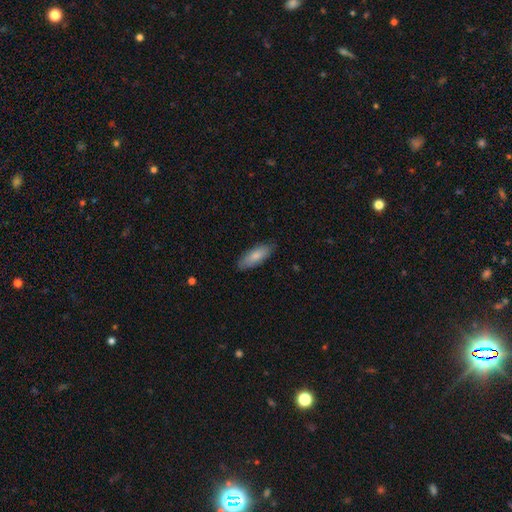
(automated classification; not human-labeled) smooth-or-featured: smooth: 81% | featured or disk: 13% | star or artifact: 5%
  how-rounded: in between: 68% | cigar-shaped: 30% | round: 2%
  merging: none: 85% | minor disturbance: 12% | major disturbance: 2% | merger: 1%